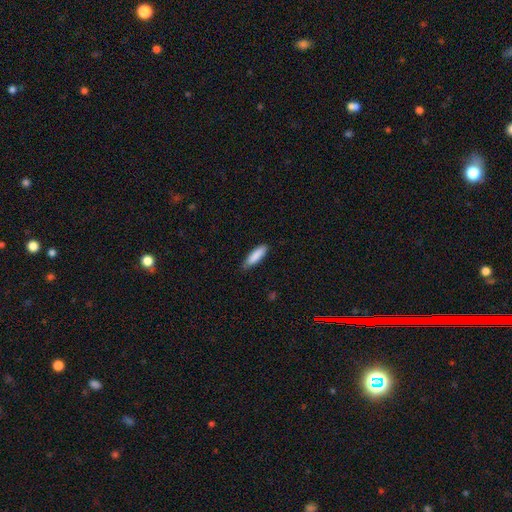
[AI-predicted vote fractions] smooth-or-featured: smooth: 87% | featured or disk: 7% | star or artifact: 6%
  how-rounded: cigar-shaped: 57% | in between: 42% | round: 1%
  merging: none: 78% | minor disturbance: 18% | major disturbance: 2% | merger: 1%